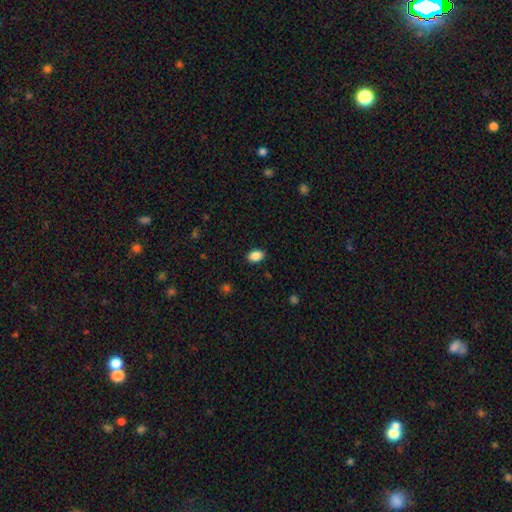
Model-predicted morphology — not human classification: Smooth or featured? Predicted: smooth (p=0.88). How rounded? Predicted: in between (p=0.86). Merging? Predicted: none (p=0.88).